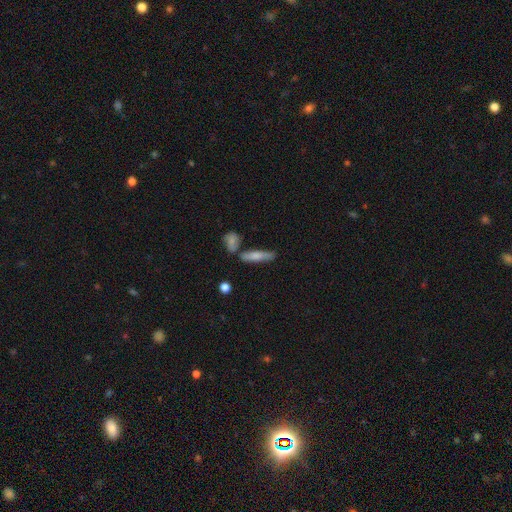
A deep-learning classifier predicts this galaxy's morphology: Smooth or featured: smooth — 67% (featured or disk — 27%)
How rounded: cigar-shaped — 76% (in between — 22%)
Merging: none — 69% (minor disturbance — 15%)